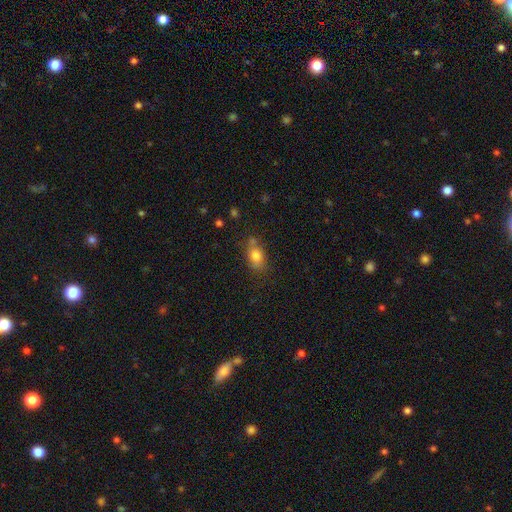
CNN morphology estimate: Smooth or featured: smooth — 80% (star or artifact — 10%)
How rounded: in between — 74% (round — 23%)
Merging: none — 61% (minor disturbance — 20%)